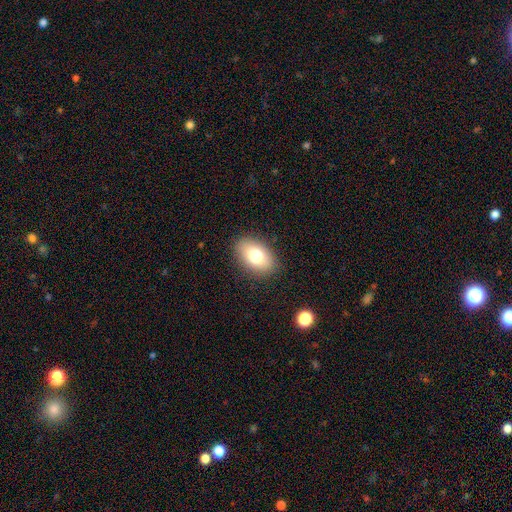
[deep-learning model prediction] Smooth or featured? smooth (75%)
How rounded? in between (87%)
Merging? none (86%)